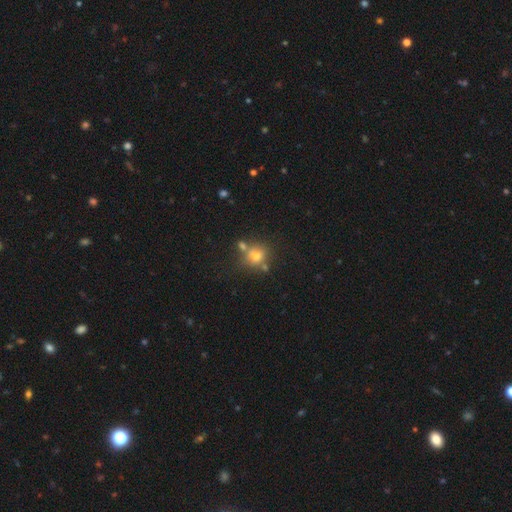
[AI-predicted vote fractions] Smooth or featured? smooth (71%)
How rounded? round (81%)
Merging? none (61%)